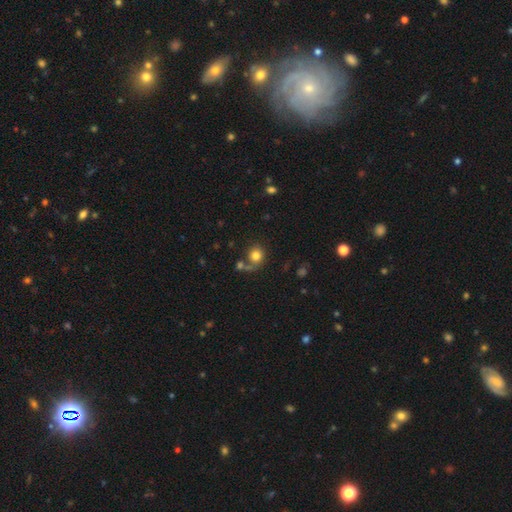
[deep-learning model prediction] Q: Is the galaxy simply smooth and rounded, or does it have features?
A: smooth — 80%.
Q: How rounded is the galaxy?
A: round — 83%.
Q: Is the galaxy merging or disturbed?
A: none — 56%.